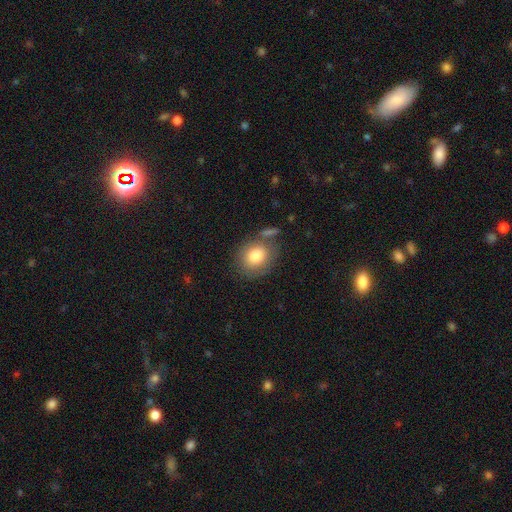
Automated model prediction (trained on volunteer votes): Overall: smooth (82%). How rounded: round (63%; in between 36%). Merging: none (66%).